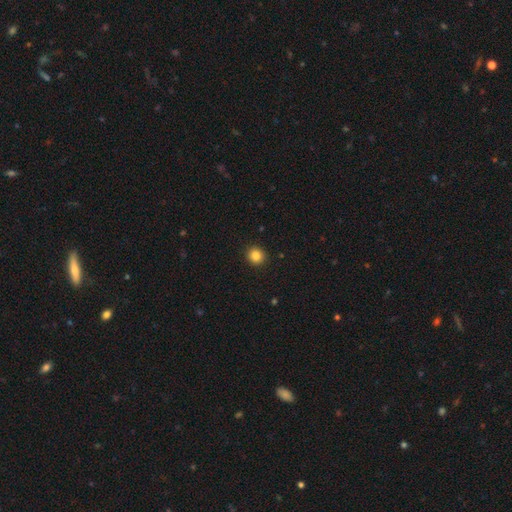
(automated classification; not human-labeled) Smooth or featured?
  - smooth: 84% *
  - star or artifact: 11%
  - featured or disk: 5%
How rounded?
  - round: 88% *
  - in between: 11%
  - cigar-shaped: 1%
Merging?
  - none: 92% *
  - minor disturbance: 5%
  - major disturbance: 2%
  - merger: 1%